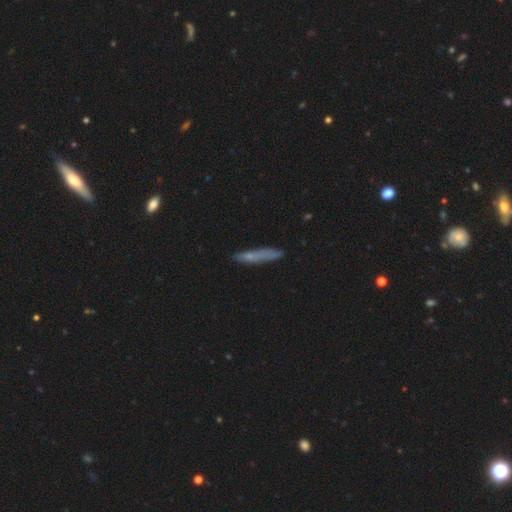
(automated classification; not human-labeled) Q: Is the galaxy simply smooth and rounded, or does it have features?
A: smooth — 61%.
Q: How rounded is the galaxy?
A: cigar-shaped — 89%.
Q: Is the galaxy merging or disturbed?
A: none — 74%.